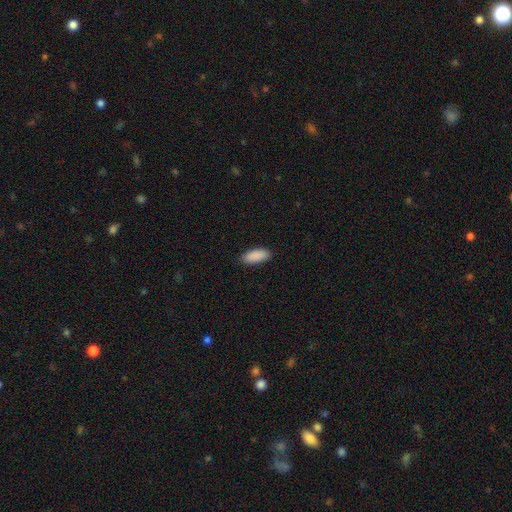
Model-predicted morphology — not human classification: The model was most divided on "how rounded": in between: 85%, cigar-shaped: 13%, round: 2%. More confident: smooth or featured — smooth (91%); merging — none (88%).